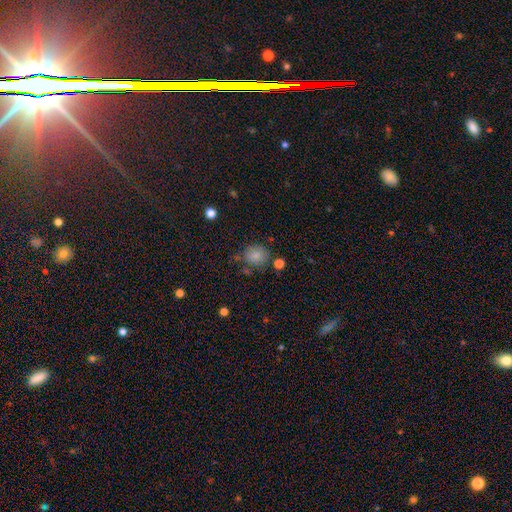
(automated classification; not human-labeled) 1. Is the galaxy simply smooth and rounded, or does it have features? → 82% smooth, 11% star or artifact, 7% featured or disk.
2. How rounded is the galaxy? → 77% round, 22% in between, 1% cigar-shaped.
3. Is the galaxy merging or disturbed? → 72% none, 16% minor disturbance, 7% merger, 5% major disturbance.